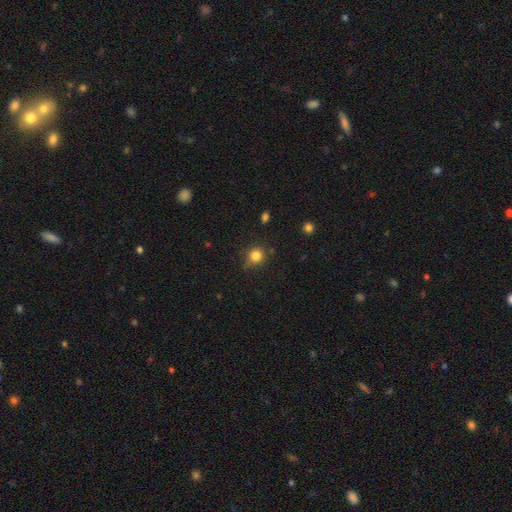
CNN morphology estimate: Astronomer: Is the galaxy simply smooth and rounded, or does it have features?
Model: smooth — 83%.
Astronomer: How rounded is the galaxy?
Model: round — 88%.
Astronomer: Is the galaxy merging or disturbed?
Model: none — 74%.